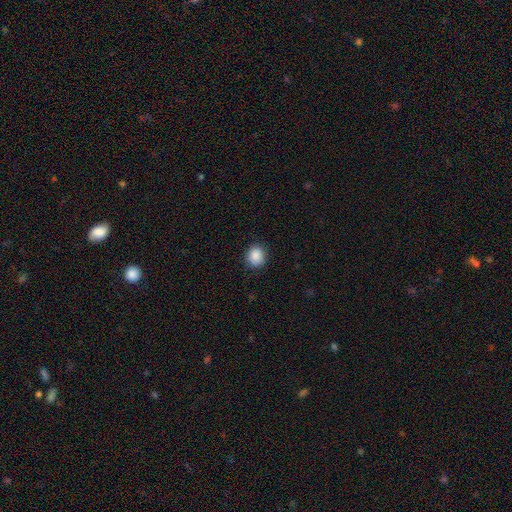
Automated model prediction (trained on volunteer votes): A smooth galaxy with no disk features (88%) that is round (74%). Merging: none (88%).